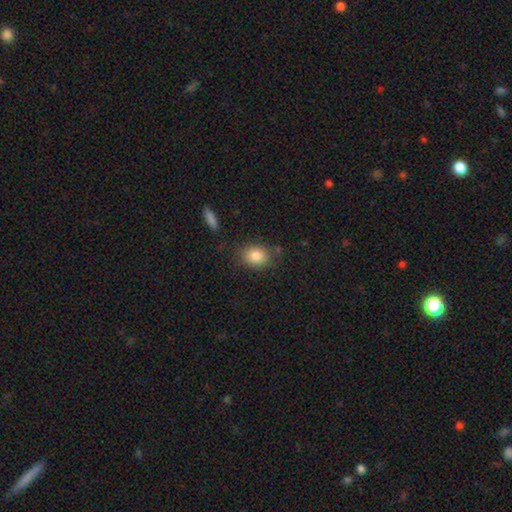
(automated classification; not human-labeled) smooth-or-featured: smooth: 84% | star or artifact: 9% | featured or disk: 7%
  how-rounded: in between: 55% | round: 44% | cigar-shaped: 1%
  merging: none: 79% | minor disturbance: 14% | major disturbance: 4% | merger: 4%